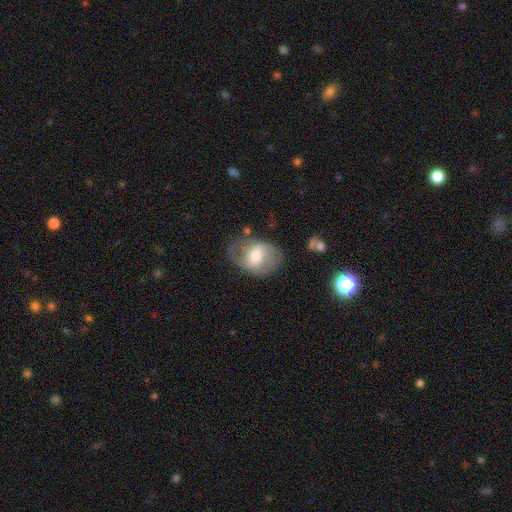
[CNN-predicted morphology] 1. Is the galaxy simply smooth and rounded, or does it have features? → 61% featured or disk, 32% smooth, 7% star or artifact.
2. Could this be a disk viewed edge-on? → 96% no, 4% yes.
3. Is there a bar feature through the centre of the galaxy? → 49% weak, 34% no, 17% strong.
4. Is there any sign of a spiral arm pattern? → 79% yes, 21% no.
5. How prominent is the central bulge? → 66% moderate, 24% small, 8% large, 1% none, 1% dominant.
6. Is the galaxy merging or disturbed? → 61% none, 24% minor disturbance, 13% major disturbance, 3% merger.